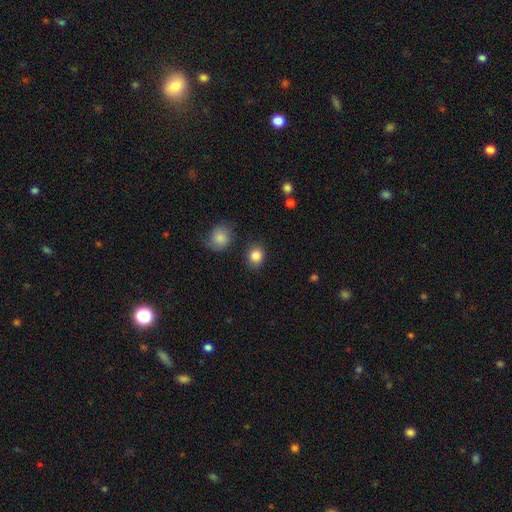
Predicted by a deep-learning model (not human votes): Smooth or featured? smooth (85%)
How rounded? round (64%)
Merging? none (85%)